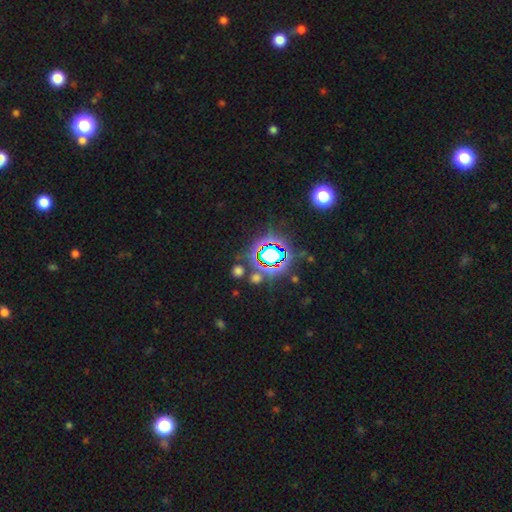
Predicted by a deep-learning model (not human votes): This is likely a star or artifact rather than a galaxy (75%).